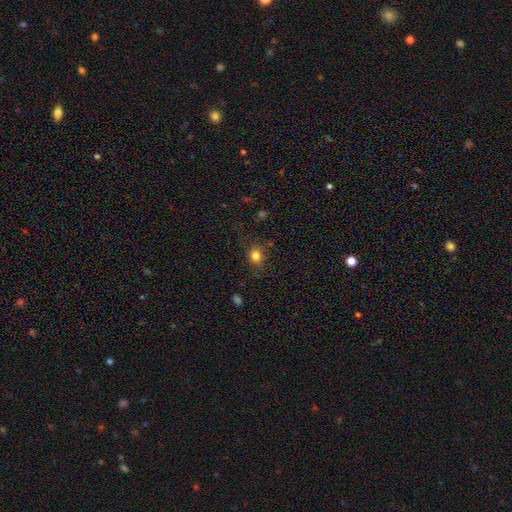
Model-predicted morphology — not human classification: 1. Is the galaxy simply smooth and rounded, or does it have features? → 82% smooth, 12% star or artifact, 6% featured or disk.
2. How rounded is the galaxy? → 74% round, 25% in between, 1% cigar-shaped.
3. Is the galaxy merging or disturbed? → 80% none, 13% minor disturbance, 5% major disturbance, 2% merger.